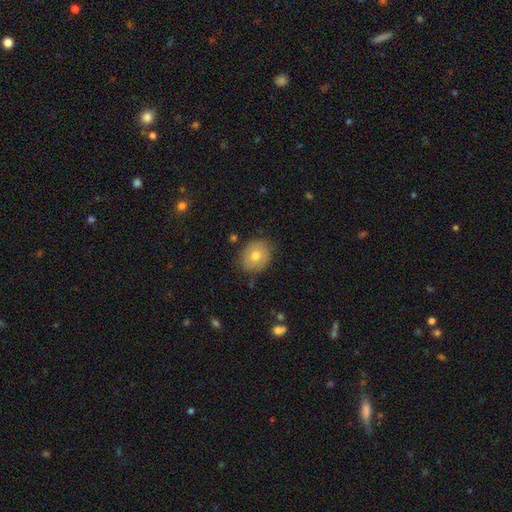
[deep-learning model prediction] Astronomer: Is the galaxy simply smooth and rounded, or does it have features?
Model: smooth — 71%.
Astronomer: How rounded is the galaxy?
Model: round — 56% (runner-up: in between, 44%).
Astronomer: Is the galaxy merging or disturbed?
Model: none — 83%.